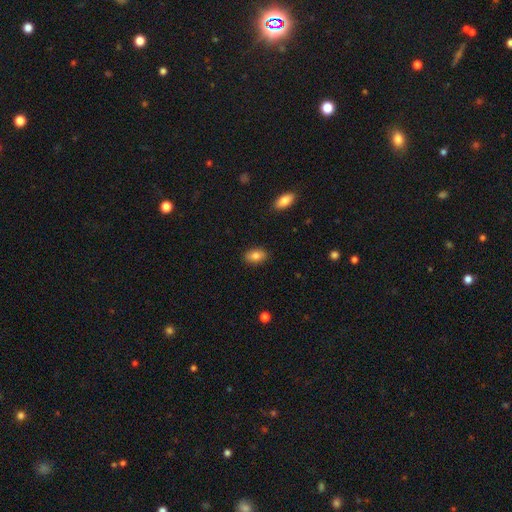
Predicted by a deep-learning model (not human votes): Smooth or featured? smooth (83%)
How rounded? in between (89%)
Merging? none (88%)